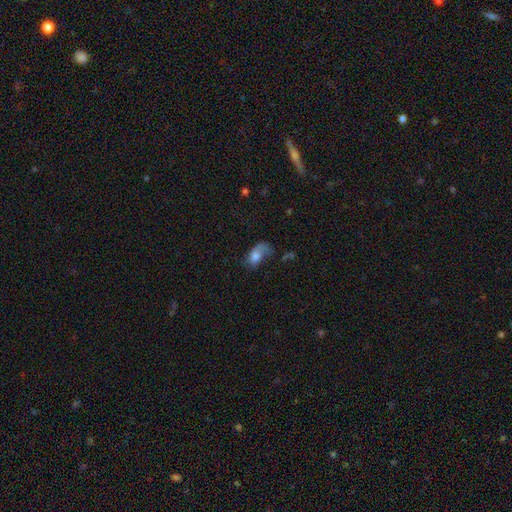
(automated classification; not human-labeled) Morphology: type=smooth (67%); roundness=in between (87%); merging=major disturbance (42%).